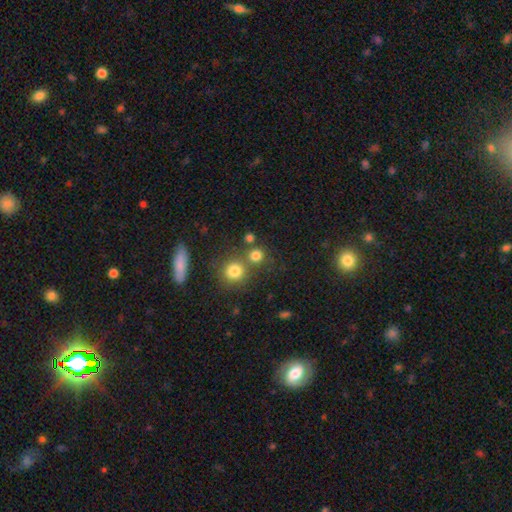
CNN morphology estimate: The model was most divided on "merging": none: 65%, merger: 24%, minor disturbance: 8%, major disturbance: 4%. More confident: how rounded — round (89%); smooth or featured — smooth (78%).